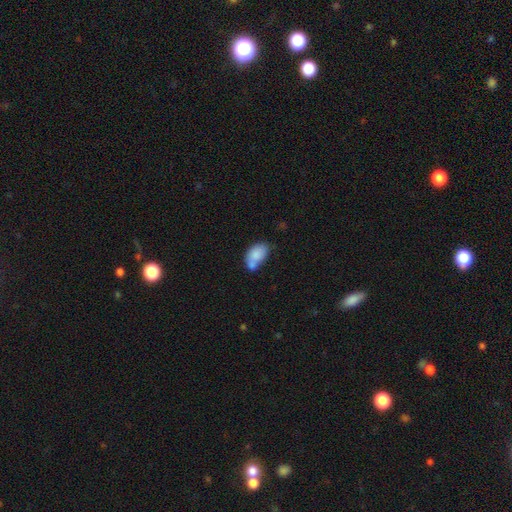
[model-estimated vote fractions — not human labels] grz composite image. It shows a smooth galaxy with no disk features (77%) that is in between round and cigar-shaped (88%). Merging: merger (42%).